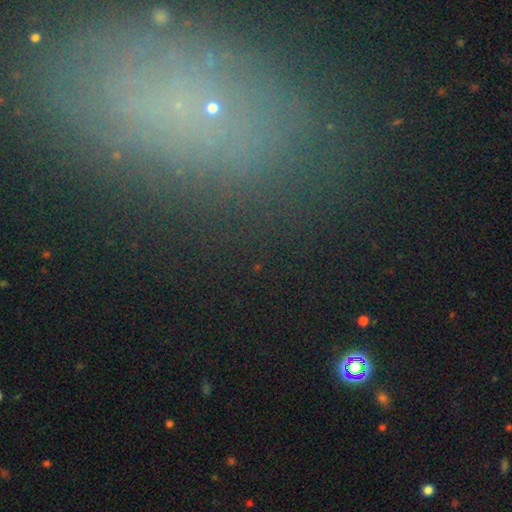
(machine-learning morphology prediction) Q: Smooth or featured?
A: star or artifact (45%); runner-up: smooth (30%)